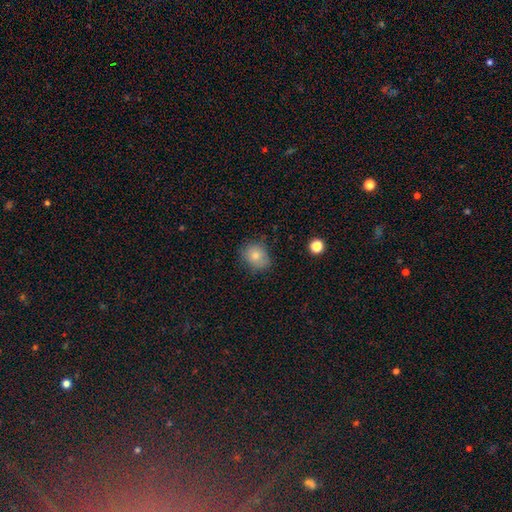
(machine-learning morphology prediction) smooth-or-featured: smooth: 78% | featured or disk: 13% | star or artifact: 9%
  how-rounded: round: 55% | in between: 45% | cigar-shaped: 1%
  merging: none: 70% | minor disturbance: 23% | major disturbance: 5% | merger: 2%